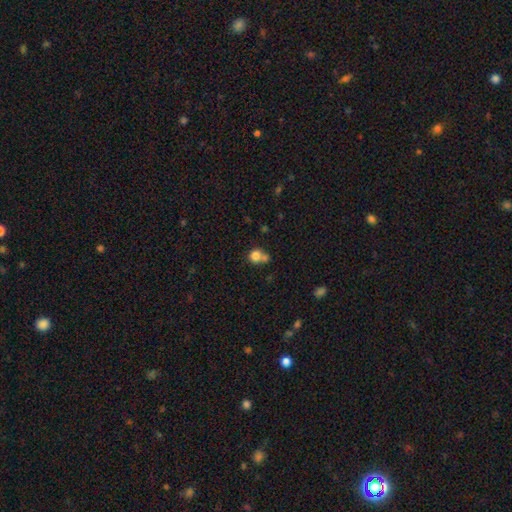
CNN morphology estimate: type=smooth (79%); roundness=round (82%); merging=none (42%).